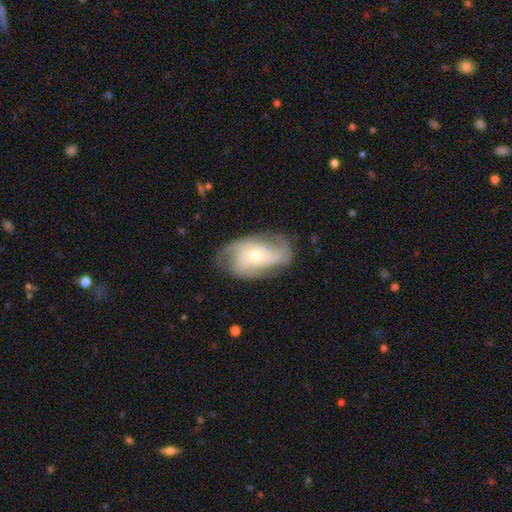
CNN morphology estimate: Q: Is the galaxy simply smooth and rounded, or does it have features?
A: featured or disk — 77%.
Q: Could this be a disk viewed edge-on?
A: no — 95%.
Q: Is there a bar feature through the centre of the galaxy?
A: no — 73%.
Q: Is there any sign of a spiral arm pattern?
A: yes — 91%.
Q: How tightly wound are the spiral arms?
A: medium — 44%.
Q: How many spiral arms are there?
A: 2 — 42%.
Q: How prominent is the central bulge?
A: small — 63%.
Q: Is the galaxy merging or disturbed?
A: none — 68%.